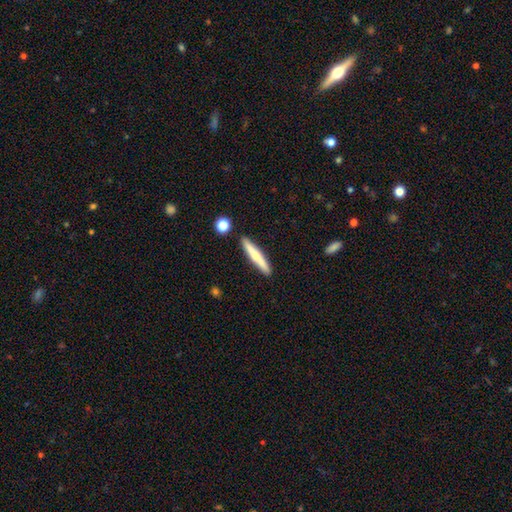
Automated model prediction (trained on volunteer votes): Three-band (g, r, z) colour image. It shows a smooth galaxy with no disk features (58%) that is cigar-shaped (93%). Merging: none (89%).